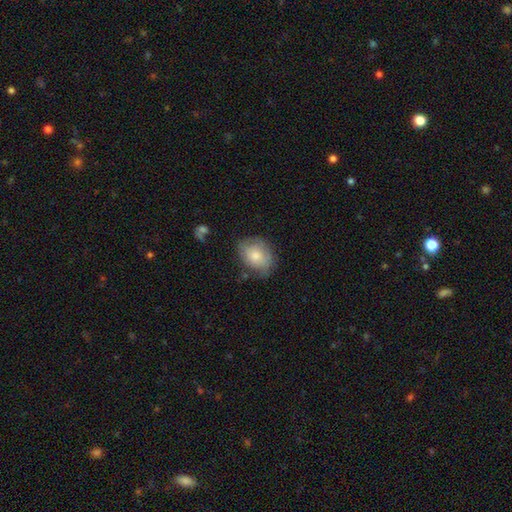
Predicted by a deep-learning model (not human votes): Smooth or featured? Predicted: smooth (p=0.72). How rounded? Predicted: in between (p=0.63). Merging? Predicted: none (p=0.64).